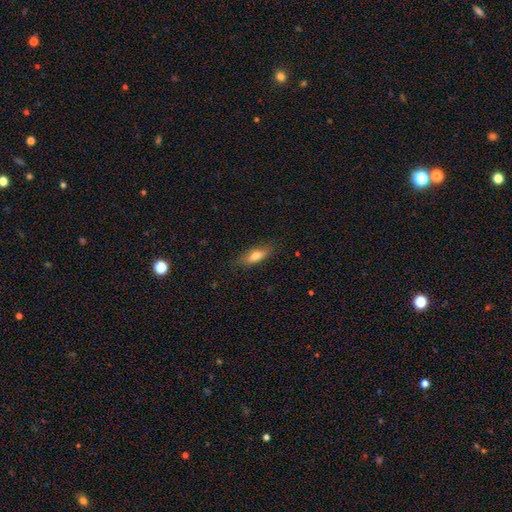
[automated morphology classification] smooth_or_featured: smooth (p=0.71) [alt: featured or disk p=0.22]
how_rounded: in between (p=0.60) [alt: cigar-shaped p=0.37]
merging: none (p=0.81) [alt: minor disturbance p=0.14]